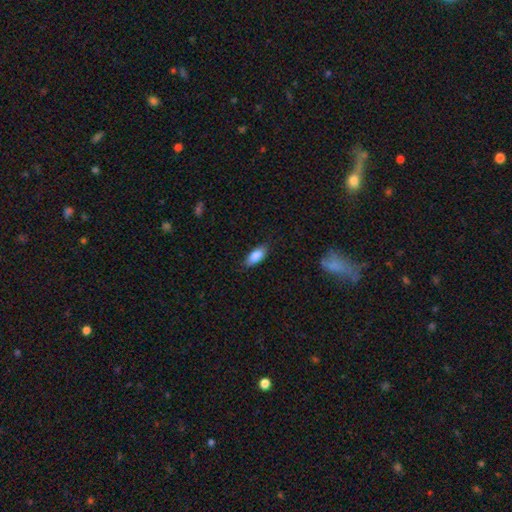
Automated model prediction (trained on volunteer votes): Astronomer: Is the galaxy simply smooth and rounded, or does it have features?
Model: smooth — 86%.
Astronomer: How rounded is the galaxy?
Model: in between — 82%.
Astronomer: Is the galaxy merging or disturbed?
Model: none — 80%.